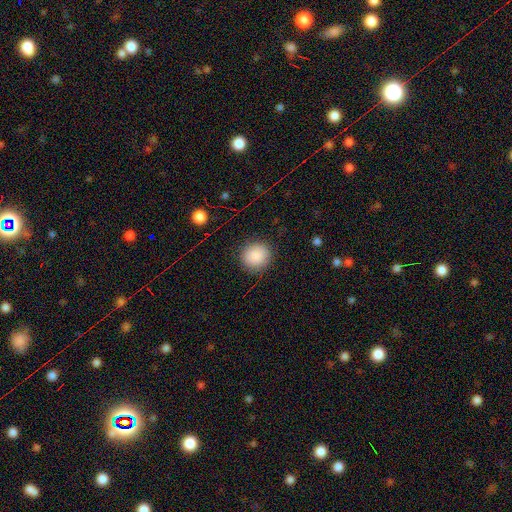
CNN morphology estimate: A smooth galaxy with no disk features (88%) that is round (90%). Merging: none (88%).